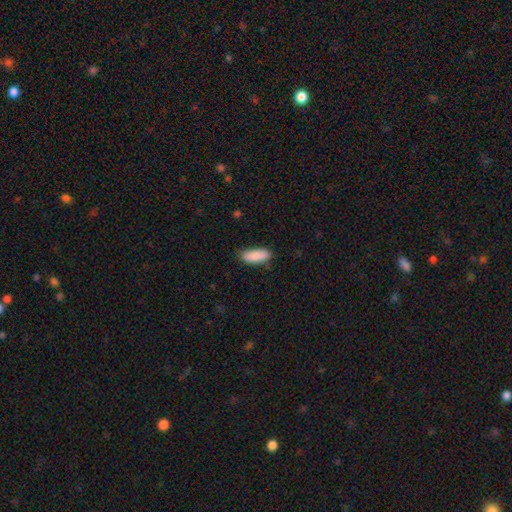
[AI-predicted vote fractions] smooth_or_featured: smooth (p=0.89) [alt: star or artifact p=0.06]
how_rounded: in between (p=0.73) [alt: cigar-shaped p=0.26]
merging: none (p=0.77) [alt: minor disturbance p=0.19]